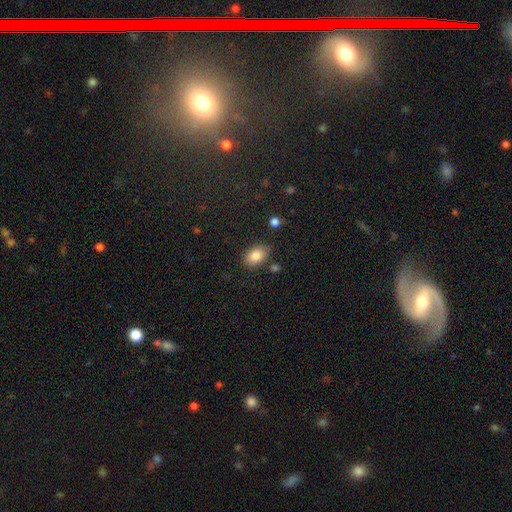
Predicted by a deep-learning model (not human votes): Smooth or featured? Predicted: smooth (p=0.85). How rounded? Predicted: in between (p=0.86). Merging? Predicted: none (p=0.77).